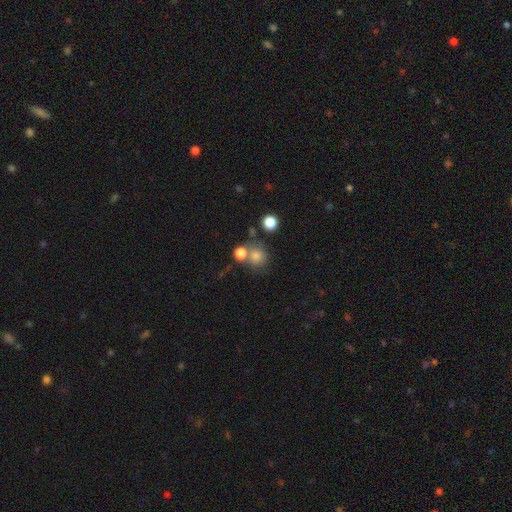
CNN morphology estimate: Overall: smooth (77%). How rounded: round (84%). Merging: none (56%; merger 27%).